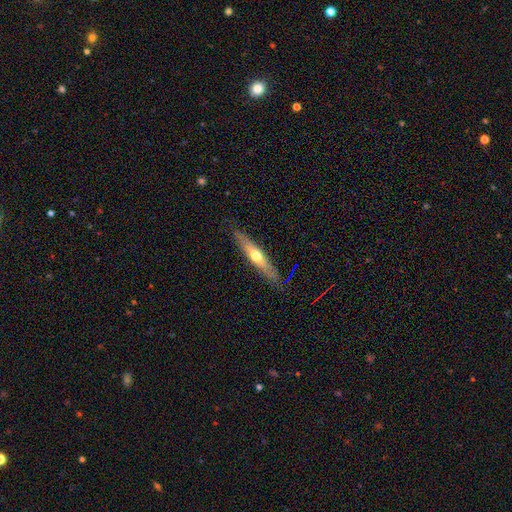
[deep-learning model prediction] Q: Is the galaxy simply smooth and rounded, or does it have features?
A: featured or disk — 50%.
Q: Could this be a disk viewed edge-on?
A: yes — 83%.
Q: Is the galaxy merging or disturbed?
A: none — 84%.